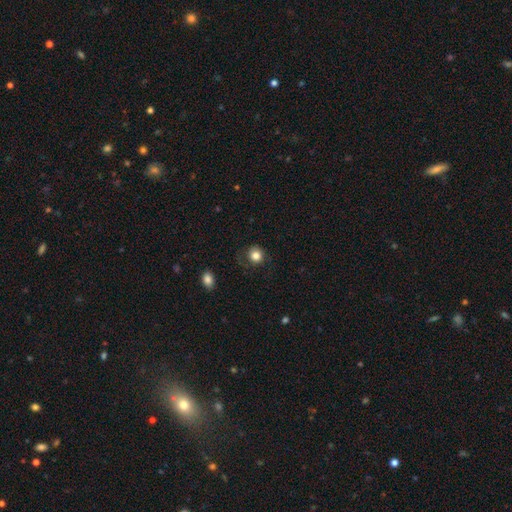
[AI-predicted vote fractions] This is clearly a smooth galaxy (82%). How rounded: clearly round (87%). Merging: likely none (73%).